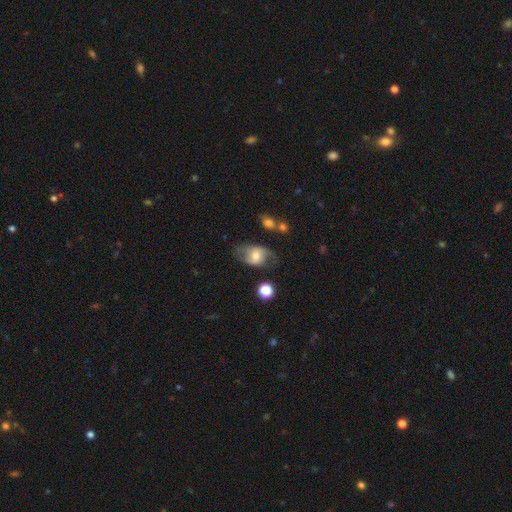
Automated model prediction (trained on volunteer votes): Smooth or featured: smooth — 48% (featured or disk — 44%)
Merging: none — 56% (minor disturbance — 26%)